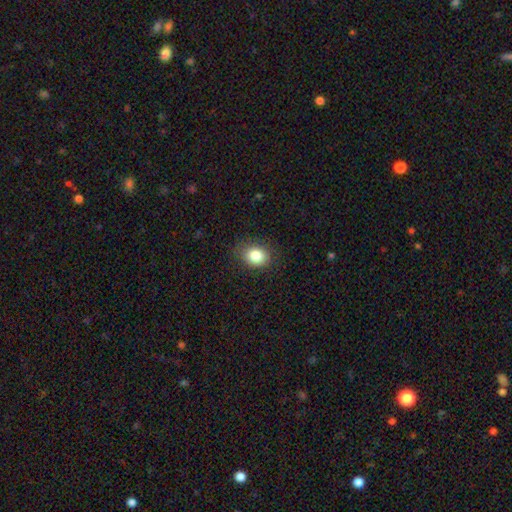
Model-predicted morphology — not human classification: Overall: smooth (83%). How rounded: in between (52%; round 47%). Merging: none (83%).